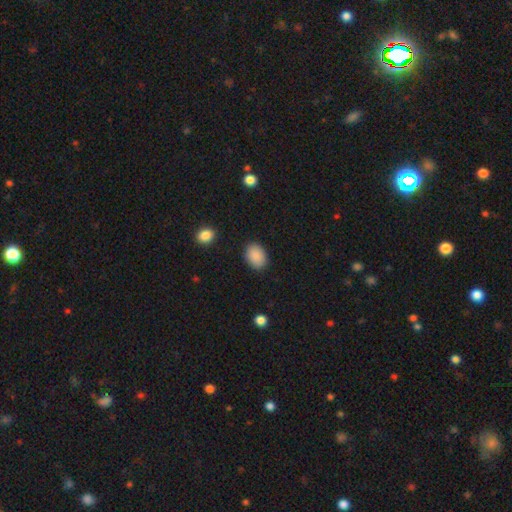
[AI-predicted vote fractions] A smooth galaxy with no disk features (89%) that is in between round and cigar-shaped (78%). Merging: none (88%).